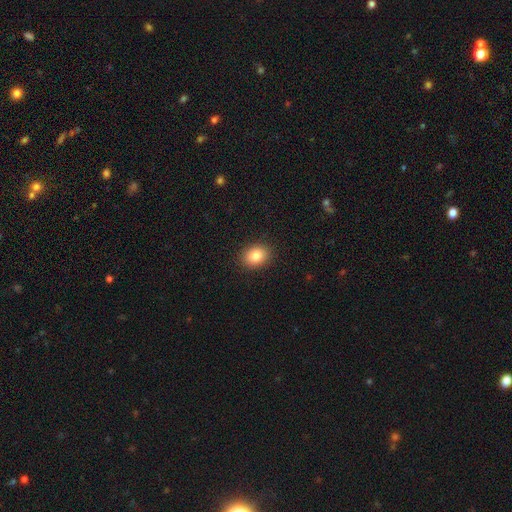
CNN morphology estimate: Smooth or featured: smooth — 84% (star or artifact — 9%)
How rounded: in between — 59% (round — 40%)
Merging: none — 90% (minor disturbance — 7%)